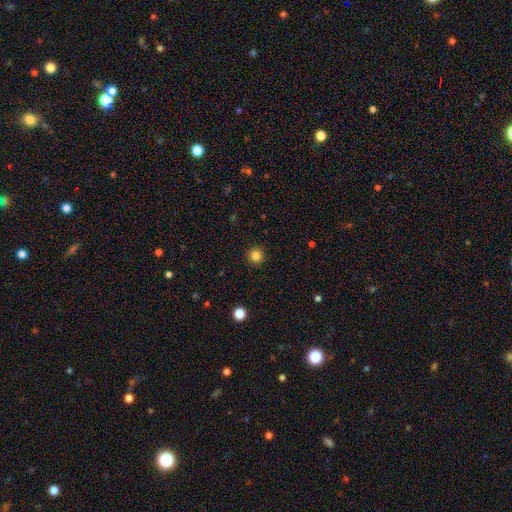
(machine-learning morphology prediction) This appears to be a smooth galaxy with no disk features (84%) that is round (95%). Merging: none (92%).